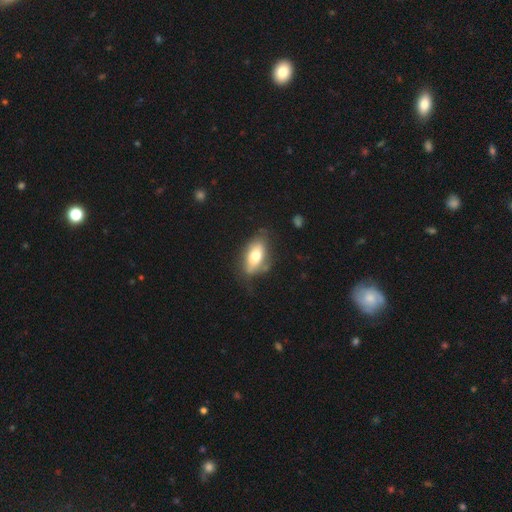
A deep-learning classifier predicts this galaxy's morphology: Smooth or featured? Predicted: smooth (p=0.66). How rounded? Predicted: in between (p=0.87). Merging? Predicted: none (p=0.64).